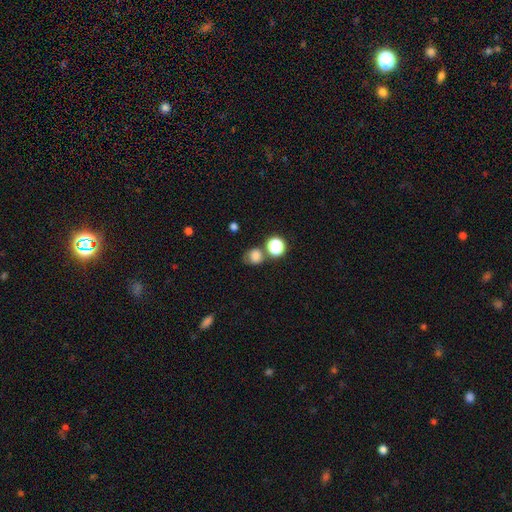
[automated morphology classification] Smooth or featured?
  - smooth: 78% *
  - star or artifact: 15%
  - featured or disk: 7%
How rounded?
  - round: 76% *
  - in between: 23%
  - cigar-shaped: 1%
Merging?
  - none: 56% *
  - merger: 18%
  - minor disturbance: 18%
  - major disturbance: 8%